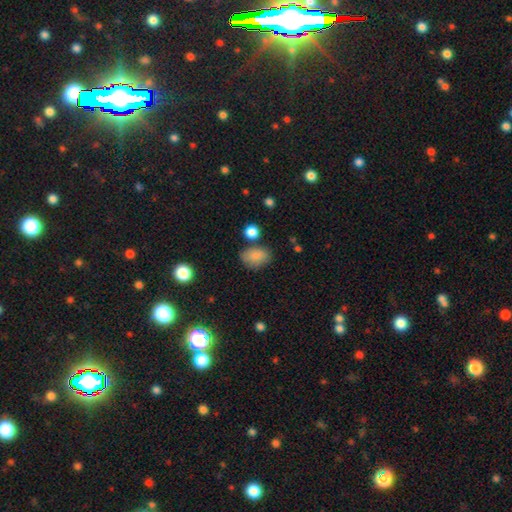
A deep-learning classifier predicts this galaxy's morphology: This appears to be a smooth galaxy with no disk features (83%) that is in between round and cigar-shaped (78%). Merging: none (70%).